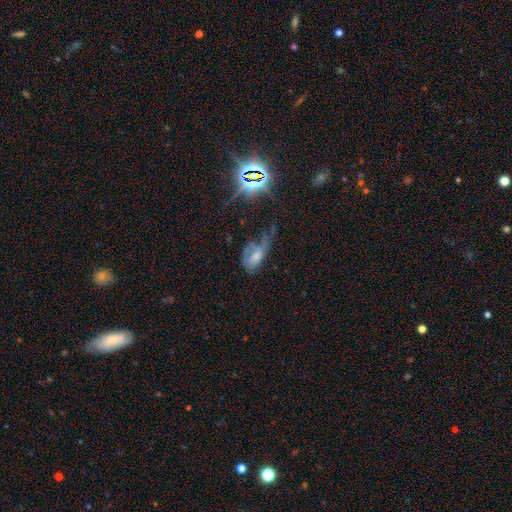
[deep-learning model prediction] smooth-or-featured: smooth: 45% | featured or disk: 37% | star or artifact: 18%
  merging: major disturbance: 49% | minor disturbance: 25% | none: 20% | merger: 6%